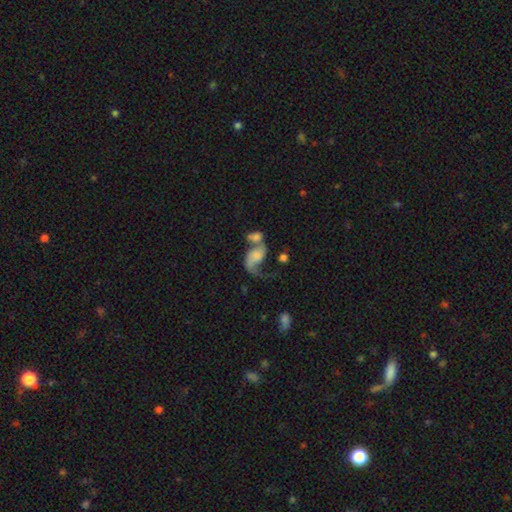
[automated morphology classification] Smooth or featured? featured or disk (59%)
Edge-on disk? no (97%)
Bar? no (69%)
Spiral arms? yes (81%)
Bulge size? none (41%)
Merging? merger (48%)